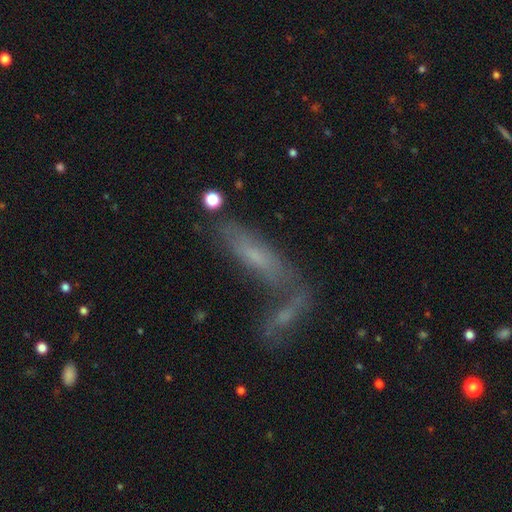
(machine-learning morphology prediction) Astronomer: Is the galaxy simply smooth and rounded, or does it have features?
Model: smooth — 52% (runner-up: featured or disk, 36%).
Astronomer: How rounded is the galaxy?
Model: cigar-shaped — 60% (runner-up: in between, 37%).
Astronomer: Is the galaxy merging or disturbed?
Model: none — 42% (runner-up: merger, 38%).